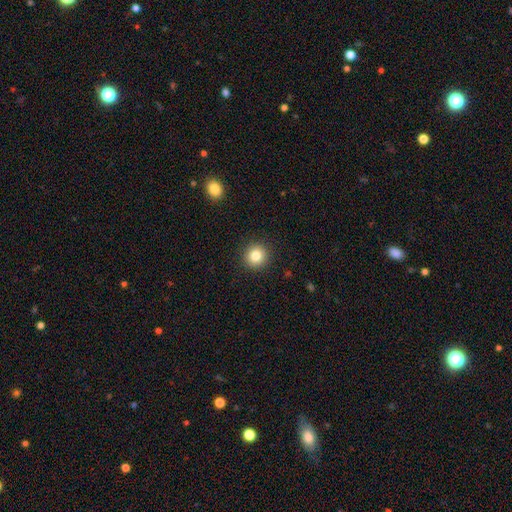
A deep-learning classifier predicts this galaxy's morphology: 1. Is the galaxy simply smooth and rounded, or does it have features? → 82% smooth, 11% star or artifact, 7% featured or disk.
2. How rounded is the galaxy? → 94% round, 5% in between, 1% cigar-shaped.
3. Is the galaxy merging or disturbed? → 92% none, 5% minor disturbance, 2% major disturbance, 1% merger.